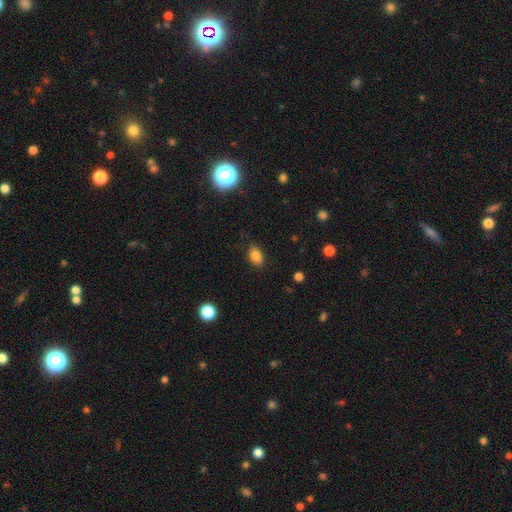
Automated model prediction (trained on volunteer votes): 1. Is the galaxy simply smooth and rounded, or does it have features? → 84% smooth, 11% star or artifact, 5% featured or disk.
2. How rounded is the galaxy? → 80% in between, 18% round, 1% cigar-shaped.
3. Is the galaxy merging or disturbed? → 85% none, 12% minor disturbance, 3% major disturbance, 1% merger.